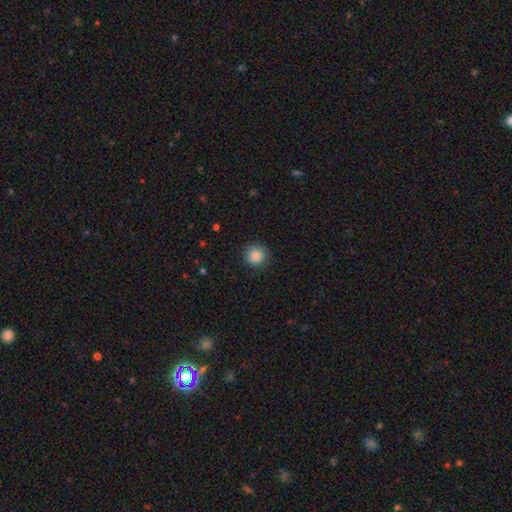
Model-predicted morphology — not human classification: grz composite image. It shows a smooth galaxy with no disk features (86%) that is round (93%). Merging: none (86%).